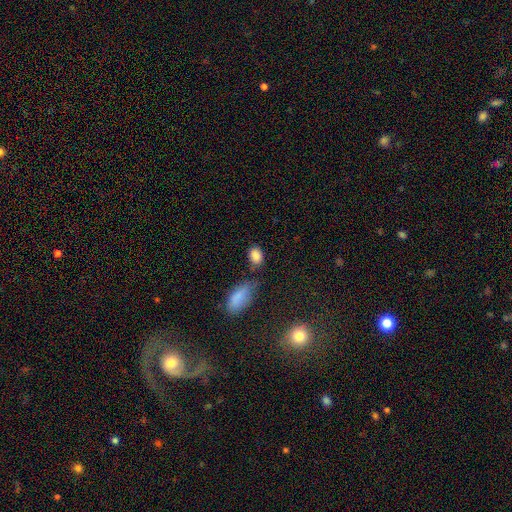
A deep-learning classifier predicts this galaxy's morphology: The model was most divided on "merging": none: 66%, minor disturbance: 18%, merger: 10%, major disturbance: 6%. More confident: smooth or featured — smooth (86%); how rounded — in between (77%).